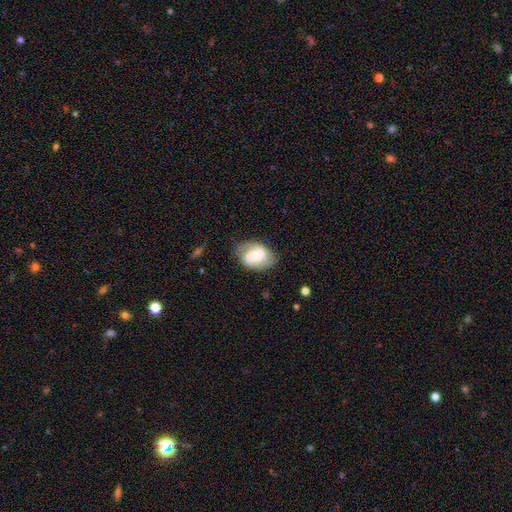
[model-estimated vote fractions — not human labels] Overall: featured or disk (55%; smooth 38%). Edge-on disk: no (97%). Bar: weak (44%; no 31%). Spiral arms: yes (84%). Bulge size: small (38%; moderate 36%). Merging: none (69%).